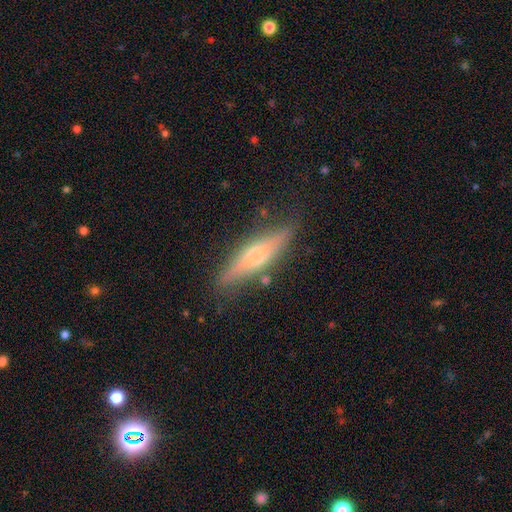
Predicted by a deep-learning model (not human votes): Smooth or featured: featured or disk — 60% (smooth — 33%)
Edge-on disk: yes — 90% (no — 10%)
Edge-on bulge: rounded — 78% (boxy — 12%)
Merging: none — 80% (minor disturbance — 15%)